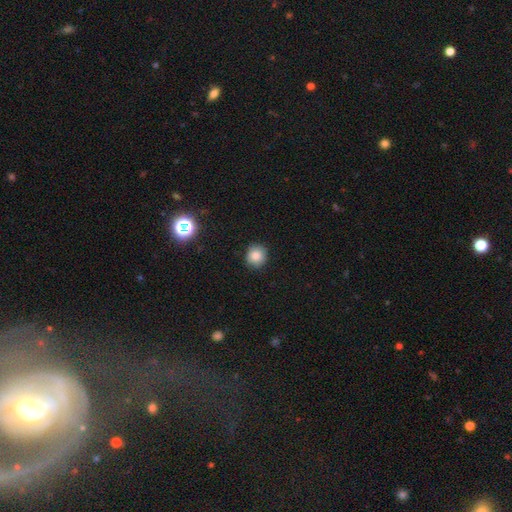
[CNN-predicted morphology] smooth_or_featured: smooth (p=0.84) [alt: star or artifact p=0.11]
how_rounded: round (p=0.89) [alt: in between p=0.10]
merging: none (p=0.87) [alt: minor disturbance p=0.10]